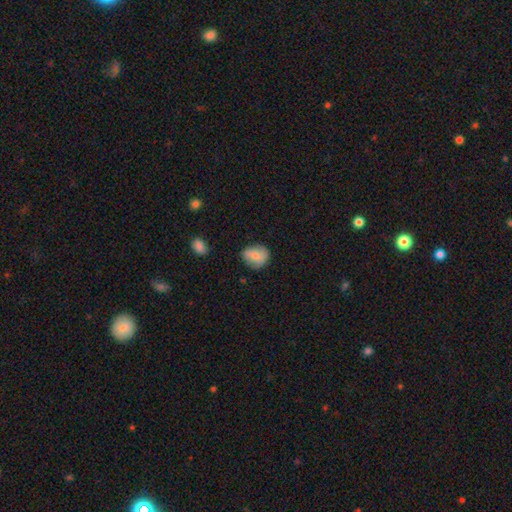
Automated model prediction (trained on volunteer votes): Smooth or featured? Predicted: smooth (p=0.77). How rounded? Predicted: round (p=0.61). Merging? Predicted: none (p=0.67).